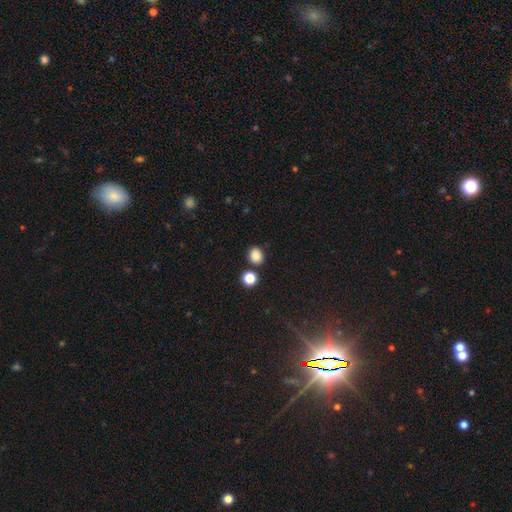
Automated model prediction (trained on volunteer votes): Morphology: type=smooth (85%); roundness=round (64%); merging=none (79%).